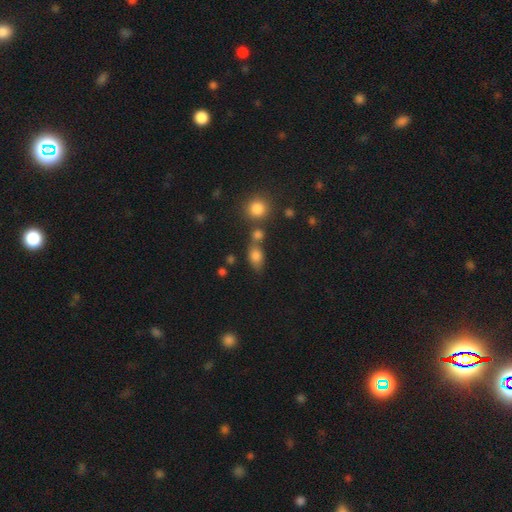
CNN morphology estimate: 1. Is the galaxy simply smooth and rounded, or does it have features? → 78% smooth, 12% star or artifact, 10% featured or disk.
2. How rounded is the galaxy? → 72% in between, 24% round, 4% cigar-shaped.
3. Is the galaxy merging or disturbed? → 49% none, 30% merger, 14% minor disturbance, 6% major disturbance.